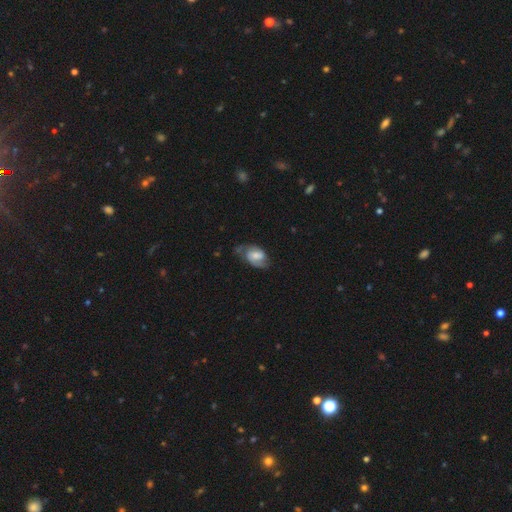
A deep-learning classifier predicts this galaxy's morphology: The model was most divided on "bulge size": moderate: 38%, small: 34%, large: 13%, none: 13%, dominant: 2%. Remaining: edge-on disk — no (96%); spiral arms — yes (89%); spiral arm count — 2 (78%); smooth or featured — featured or disk (63%); merging — none (55%); bar — weak (47%); spiral winding — medium (47%).